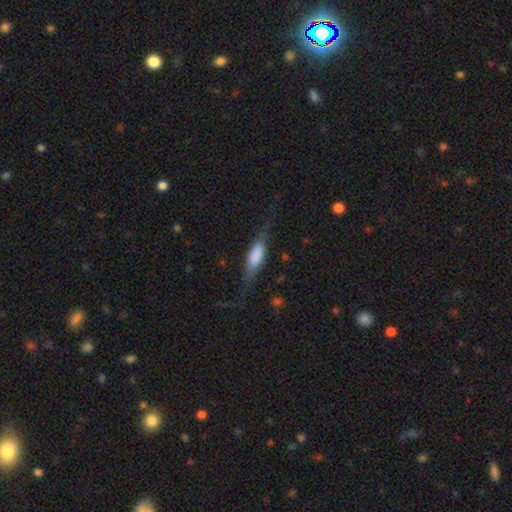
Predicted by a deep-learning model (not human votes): Smooth or featured?
  - smooth: 56% *
  - featured or disk: 37%
  - star or artifact: 7%
How rounded?
  - in between: 49% *
  - cigar-shaped: 48%
  - round: 3%
Merging?
  - none: 64% *
  - minor disturbance: 21%
  - major disturbance: 13%
  - merger: 2%